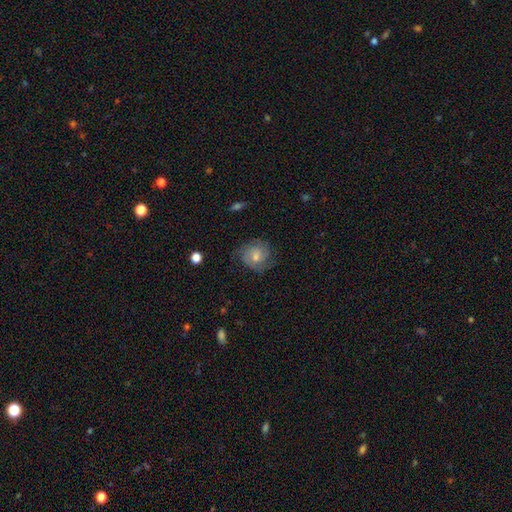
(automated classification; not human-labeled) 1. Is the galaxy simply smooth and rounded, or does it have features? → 46% smooth (tied), 46% featured or disk (tied), 8% star or artifact.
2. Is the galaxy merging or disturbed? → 64% none, 24% minor disturbance, 10% major disturbance, 1% merger.